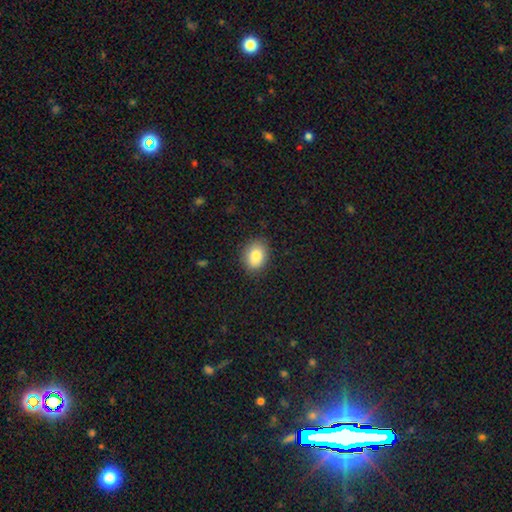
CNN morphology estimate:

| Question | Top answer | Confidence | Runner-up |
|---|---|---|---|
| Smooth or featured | smooth | 84% | star or artifact (8%) |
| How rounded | in between | 65% | round (34%) |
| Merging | none | 84% | minor disturbance (12%) |